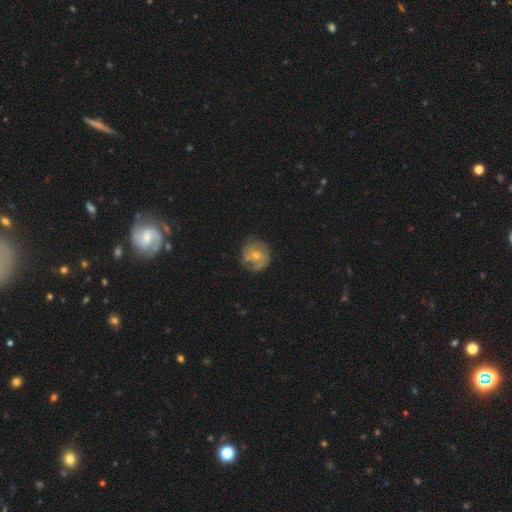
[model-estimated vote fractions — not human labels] smooth-or-featured: featured or disk: 64% | smooth: 29% | star or artifact: 7%
  disk-edge-on: no: 98% | yes: 2%
    bar: no: 73% | weak: 23% | strong: 3%
    has-spiral-arms: yes: 83% | no: 17%
      spiral-winding: tight: 49% | medium: 36% | loose: 15%
      spiral-arm-count: 2: 41% | can't tell: 29% | 3: 15% | 1: 9% | 4: 4% | more than 4: 3%
    bulge-size: small: 55% | moderate: 40% | none: 2% | large: 2% | dominant: 1%
  merging: none: 67% | minor disturbance: 21% | major disturbance: 9% | merger: 3%